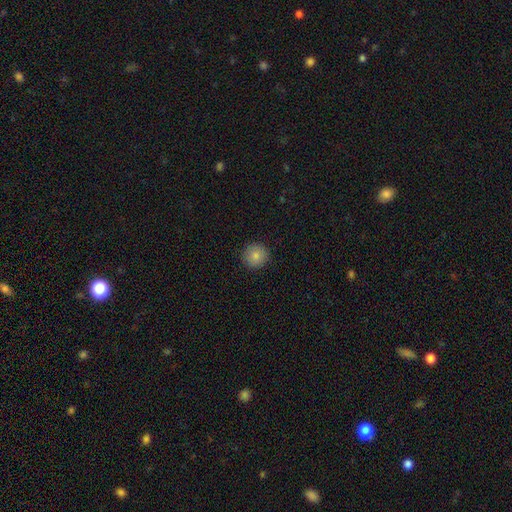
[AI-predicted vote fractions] smooth 84%, star or artifact 9%, featured or disk 7%. Down the decision tree: how rounded — round (94%); merging — none (91%).